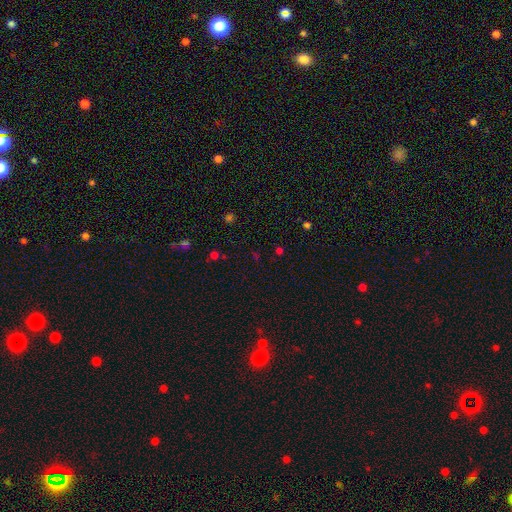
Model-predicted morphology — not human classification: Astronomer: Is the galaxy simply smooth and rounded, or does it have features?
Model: star or artifact — 62%.